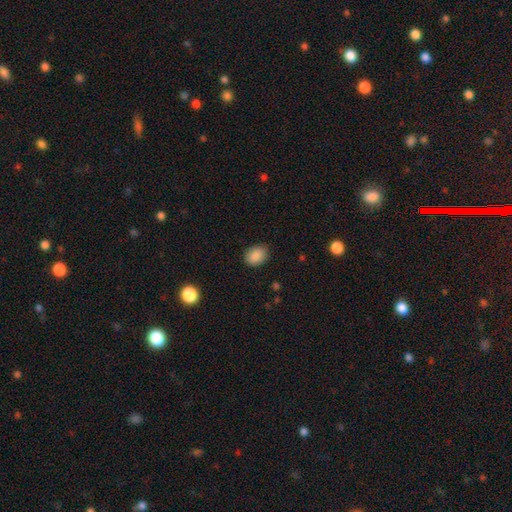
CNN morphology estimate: type=smooth (88%); roundness=in between (69%); merging=none (85%).